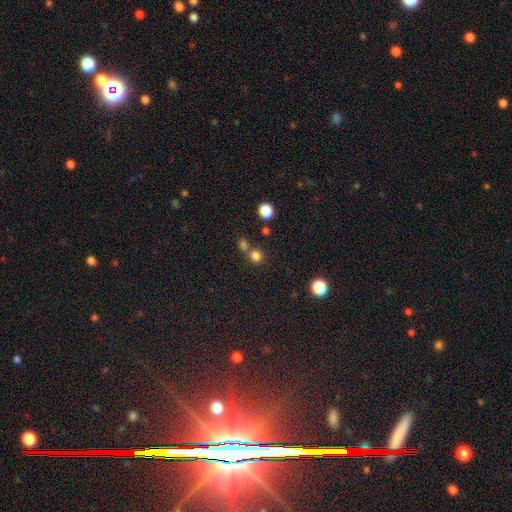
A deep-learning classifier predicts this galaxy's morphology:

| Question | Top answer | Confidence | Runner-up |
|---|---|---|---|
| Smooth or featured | smooth | 77% | star or artifact (17%) |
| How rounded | round | 88% | in between (11%) |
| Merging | none | 59% | merger (31%) |